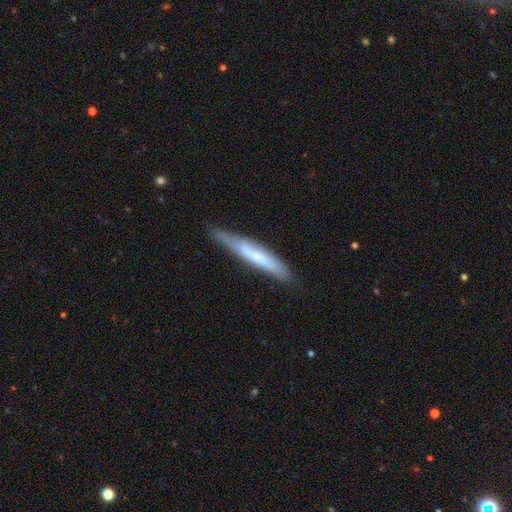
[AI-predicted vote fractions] Smooth or featured: smooth — 52% (featured or disk — 42%)
How rounded: cigar-shaped — 92% (in between — 7%)
Merging: none — 73% (minor disturbance — 21%)